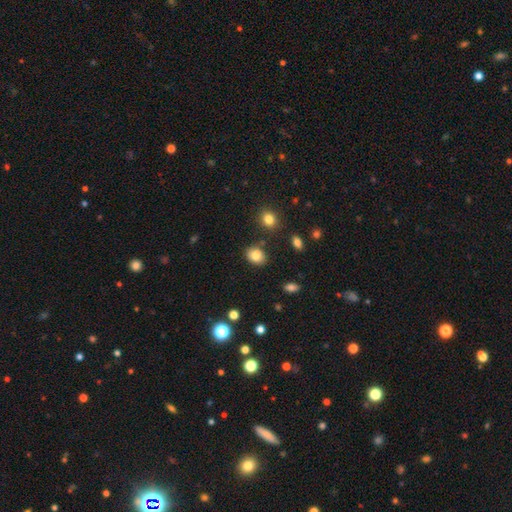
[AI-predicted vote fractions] A smooth galaxy with no disk features (81%) that is in between round and cigar-shaped (65%). Merging: none (80%).